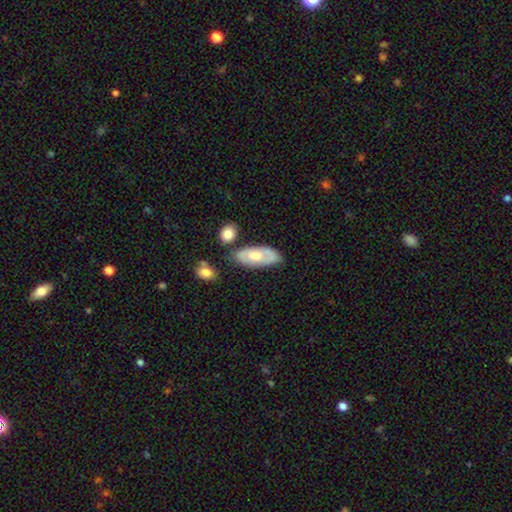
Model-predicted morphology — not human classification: Overall: smooth (48%; featured or disk 46%). Merging: none (66%).